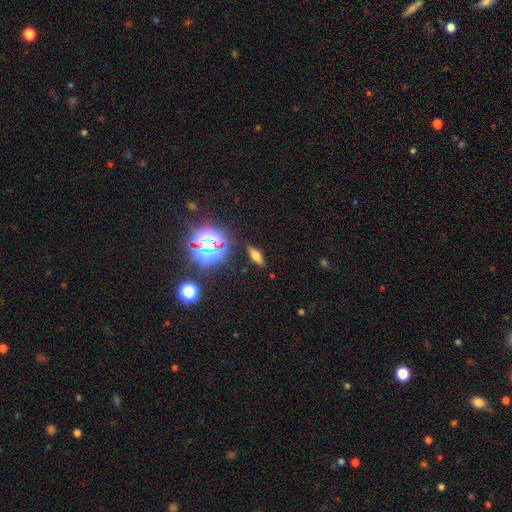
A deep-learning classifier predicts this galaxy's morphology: smooth 52%, star or artifact 25%, featured or disk 24%. Down the decision tree: how rounded — in between (58%); merging — none (87%).